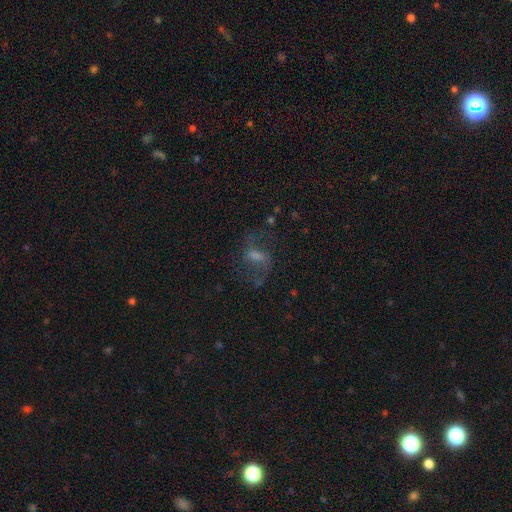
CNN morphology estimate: Smooth or featured? Predicted: featured or disk (p=0.61). Edge-on disk? Predicted: no (p=0.95). Bar? Predicted: weak (p=0.53). Spiral arms? Predicted: yes (p=0.86). Bulge size? Predicted: moderate (p=0.42). Merging? Predicted: none (p=0.69).